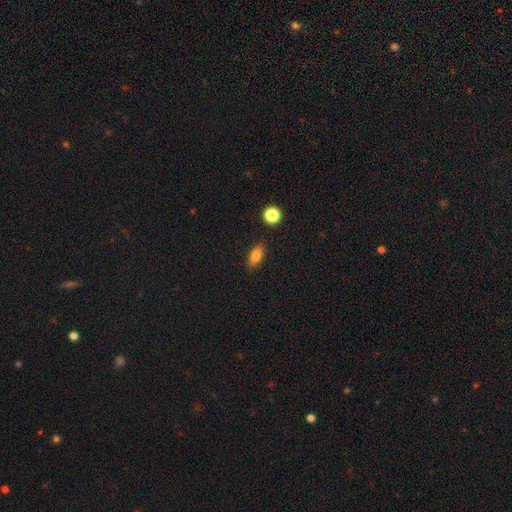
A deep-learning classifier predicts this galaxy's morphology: The model was most divided on "smooth or featured": smooth: 81%, star or artifact: 9%, featured or disk: 9%. More confident: merging — none (86%); how rounded — in between (83%).